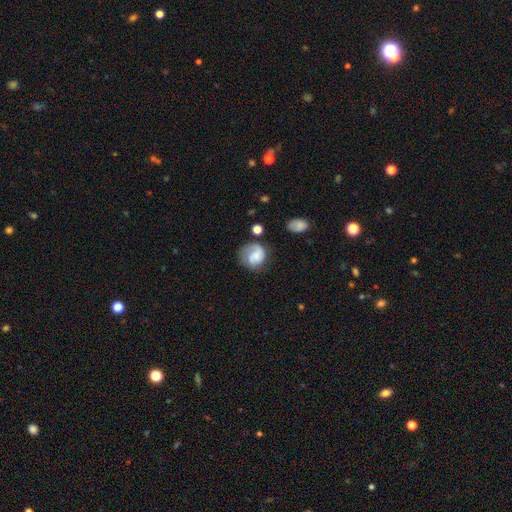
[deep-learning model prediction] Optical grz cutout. It shows a featured or disk galaxy (46%, tied with smooth). Merging: none (52%).